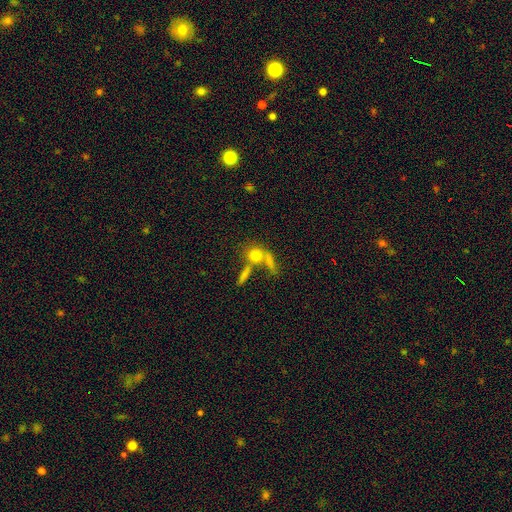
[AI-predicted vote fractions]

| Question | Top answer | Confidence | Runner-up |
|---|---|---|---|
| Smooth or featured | smooth | 71% | featured or disk (17%) |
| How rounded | round | 72% | in between (21%) |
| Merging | none | 44% | merger (37%) |